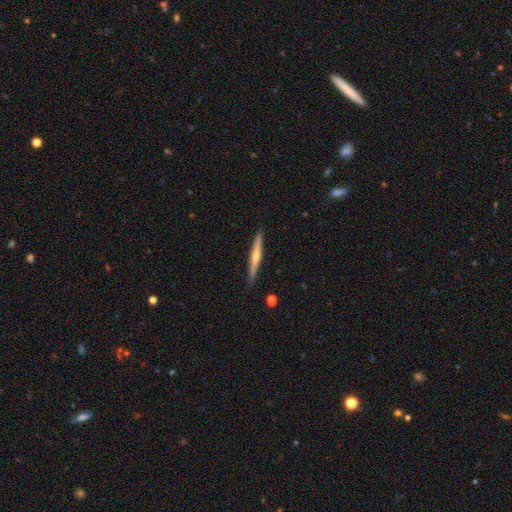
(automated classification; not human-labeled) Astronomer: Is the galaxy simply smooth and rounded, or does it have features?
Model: featured or disk — 60%.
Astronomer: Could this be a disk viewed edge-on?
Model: yes — 97%.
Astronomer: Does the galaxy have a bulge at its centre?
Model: rounded — 69%.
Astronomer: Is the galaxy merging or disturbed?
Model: none — 87%.